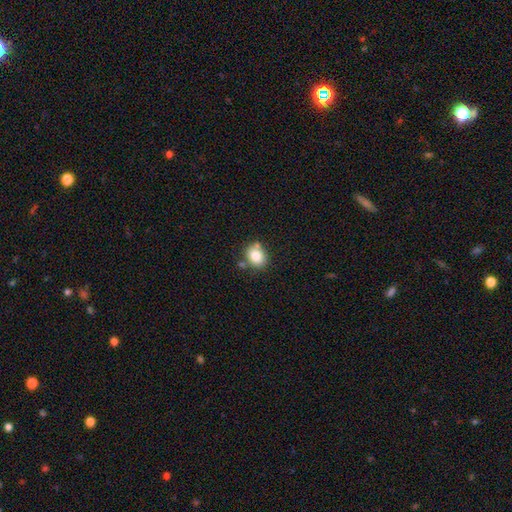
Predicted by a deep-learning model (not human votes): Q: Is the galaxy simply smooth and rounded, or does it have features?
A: smooth — 79%.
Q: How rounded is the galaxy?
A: round — 57%.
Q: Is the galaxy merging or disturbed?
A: none — 66%.